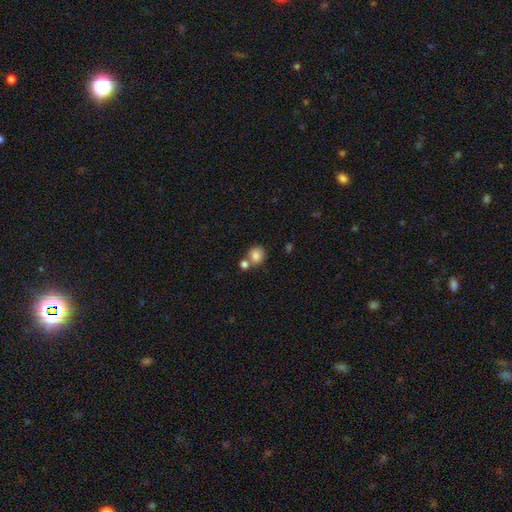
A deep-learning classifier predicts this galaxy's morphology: smooth_or_featured: smooth (p=0.83) [alt: star or artifact p=0.09]
how_rounded: round (p=0.76) [alt: in between p=0.23]
merging: none (p=0.51) [alt: merger p=0.34]